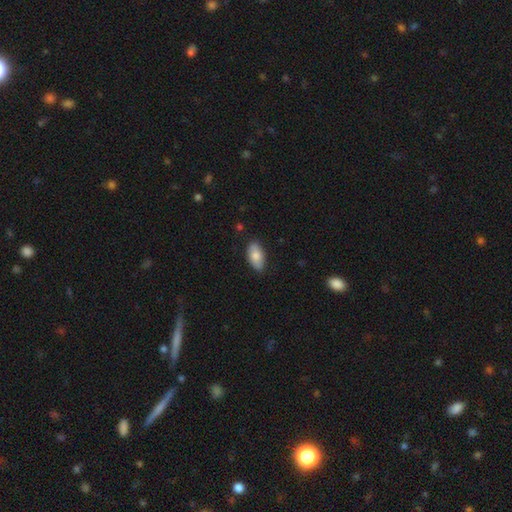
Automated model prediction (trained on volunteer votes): This appears to be a smooth galaxy with no disk features (79%) that is in between round and cigar-shaped (93%). Merging: none (82%).